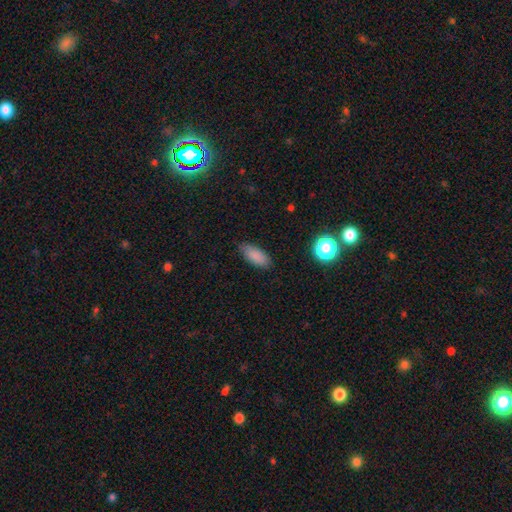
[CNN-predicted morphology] This is clearly a smooth galaxy (85%). How rounded: clearly in between (83%). Merging: likely none (79%).